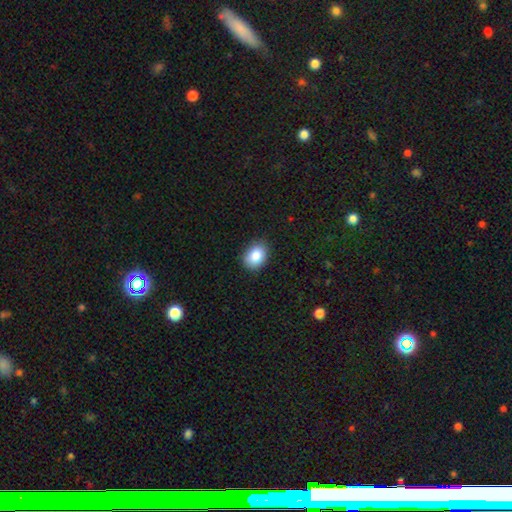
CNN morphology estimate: This appears to be a smooth galaxy with no disk features (87%) that is in between round and cigar-shaped (68%). Merging: none (86%).